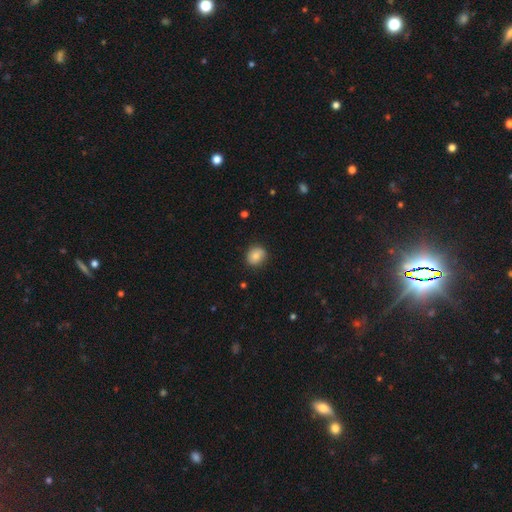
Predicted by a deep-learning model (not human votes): This appears to be a smooth galaxy with no disk features (78%) that is round (70%). Merging: none (84%).